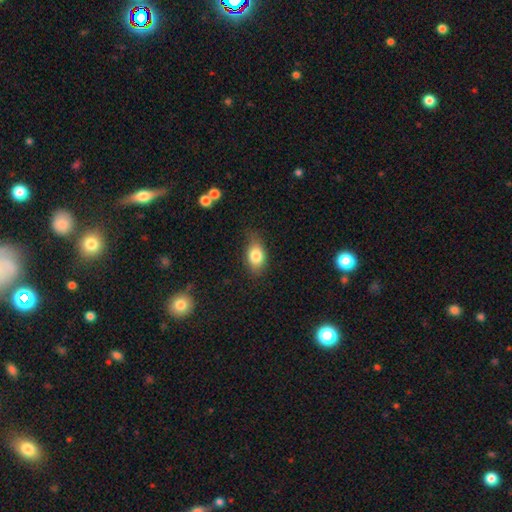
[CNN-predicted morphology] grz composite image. It shows a smooth galaxy with no disk features (81%) that is in between round and cigar-shaped (79%). Merging: none (67%).